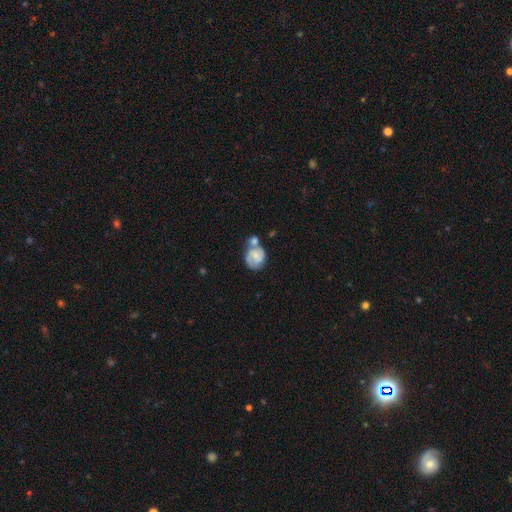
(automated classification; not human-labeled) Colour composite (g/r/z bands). It shows a featured or disk galaxy (55%) with no bar (61%), spiral arms (81%) and a small central bulge (51%). Merging: merger (43%).